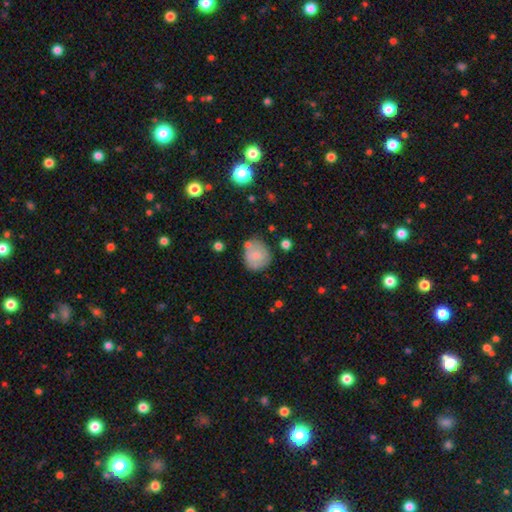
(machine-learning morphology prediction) This appears to be a smooth galaxy with no disk features (75%) that is round (81%). Merging: none (66%).